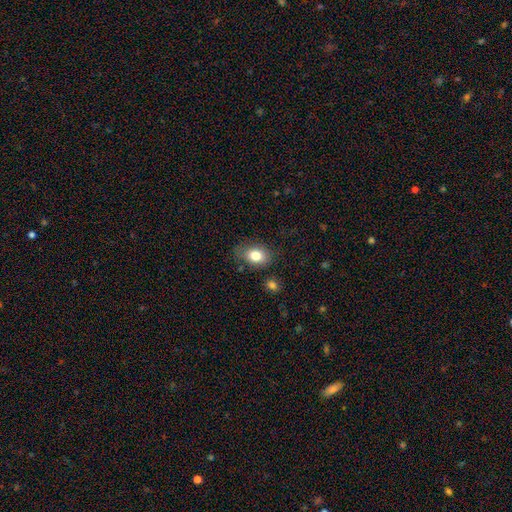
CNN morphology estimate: This appears to be a smooth galaxy with no disk features (81%) that is in between round and cigar-shaped (74%). Merging: none (73%).